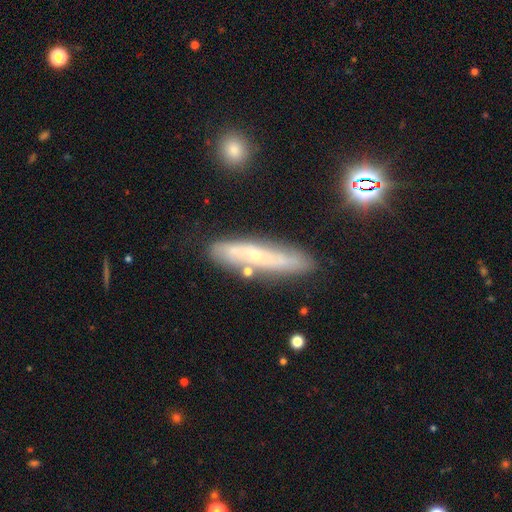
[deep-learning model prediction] Overall: featured or disk (54%; smooth 35%). Edge-on disk: yes (51%; no 49%). Merging: none (76%).